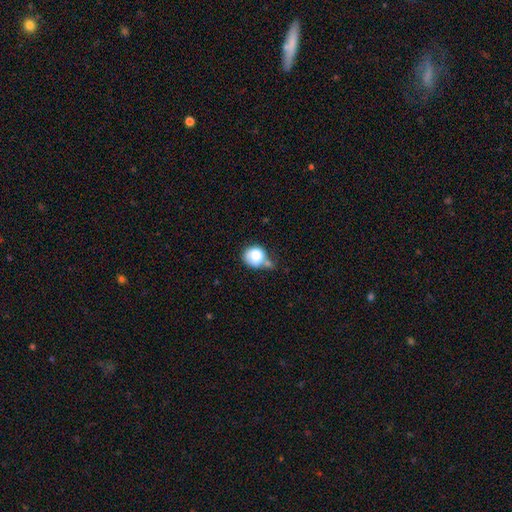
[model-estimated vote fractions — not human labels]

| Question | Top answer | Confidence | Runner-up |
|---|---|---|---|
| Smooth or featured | smooth | 81% | featured or disk (10%) |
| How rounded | round | 84% | in between (15%) |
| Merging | none | 41% | minor disturbance (26%) |